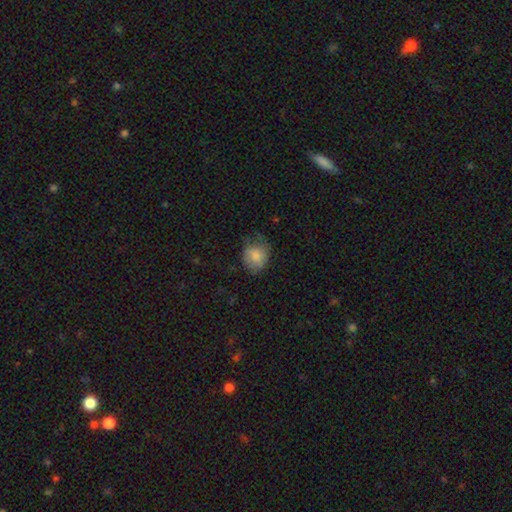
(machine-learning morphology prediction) Overall: smooth (80%). How rounded: round (60%; in between 39%). Merging: none (50%; minor disturbance 33%).